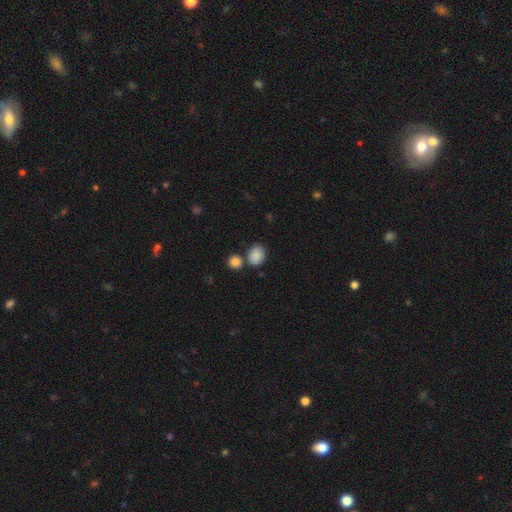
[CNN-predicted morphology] Smooth or featured? Predicted: smooth (p=0.86). How rounded? Predicted: round (p=0.52). Merging? Predicted: none (p=0.63).